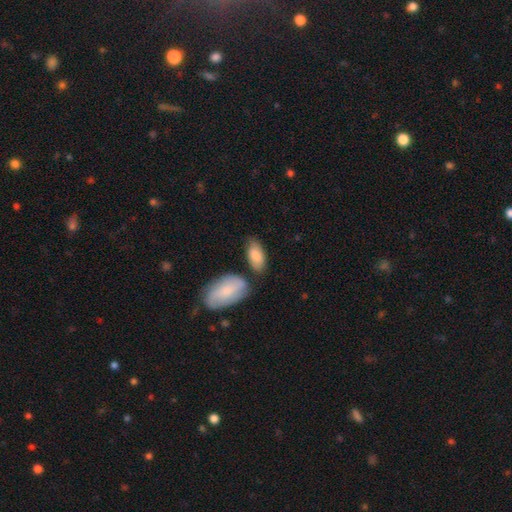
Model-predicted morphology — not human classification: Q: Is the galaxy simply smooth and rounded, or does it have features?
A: smooth — 84%.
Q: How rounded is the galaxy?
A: in between — 92%.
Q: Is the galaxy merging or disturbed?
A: none — 61%.